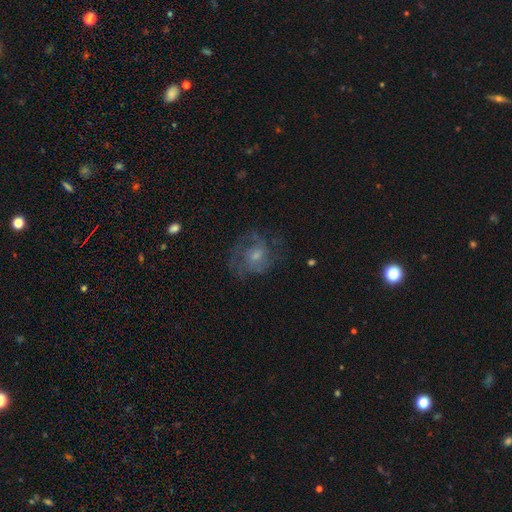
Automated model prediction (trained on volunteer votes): smooth-or-featured: featured or disk: 62% | smooth: 25% | star or artifact: 13%
  disk-edge-on: no: 97% | yes: 3%
    bar: no: 72% | weak: 25% | strong: 4%
    has-spiral-arms: yes: 81% | no: 19%
    bulge-size: small: 50% | moderate: 39% | none: 6% | large: 4% | dominant: 1%
  merging: none: 65% | minor disturbance: 18% | major disturbance: 16% | merger: 1%